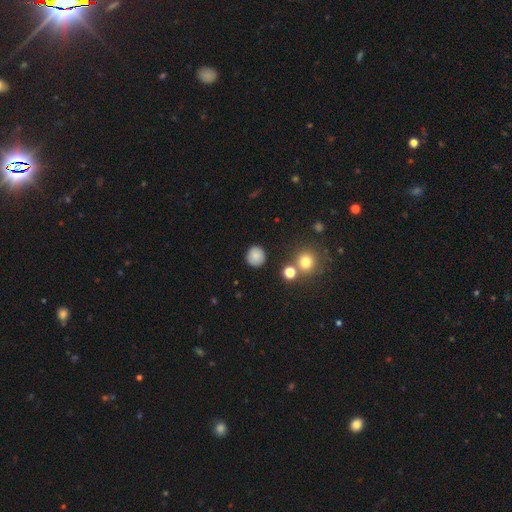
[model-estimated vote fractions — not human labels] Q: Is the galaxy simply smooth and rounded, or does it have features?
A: smooth — 83%.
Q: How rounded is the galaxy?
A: round — 92%.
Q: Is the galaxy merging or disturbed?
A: none — 88%.